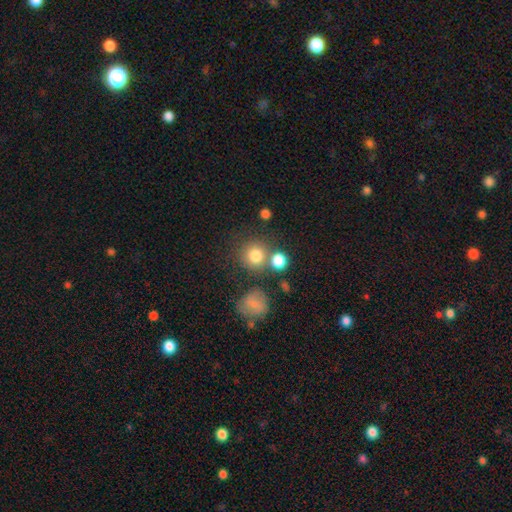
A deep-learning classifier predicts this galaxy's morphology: This is likely a smooth galaxy (80%). How rounded: clearly round (88%). Merging: likely none (65%).